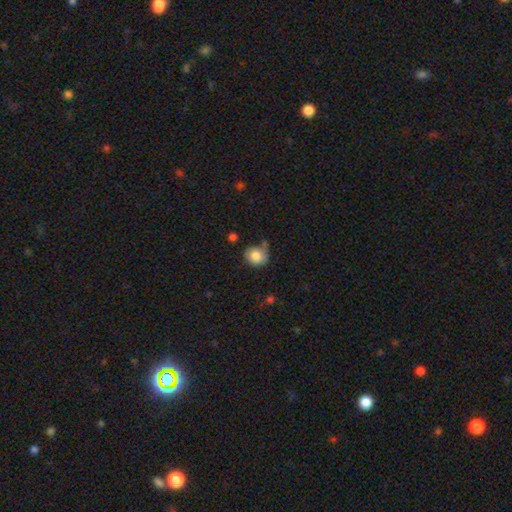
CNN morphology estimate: Smooth or featured?
  - smooth: 78% *
  - featured or disk: 14%
  - star or artifact: 8%
How rounded?
  - round: 72% *
  - in between: 27%
  - cigar-shaped: 1%
Merging?
  - none: 44% *
  - minor disturbance: 30%
  - major disturbance: 18%
  - merger: 8%